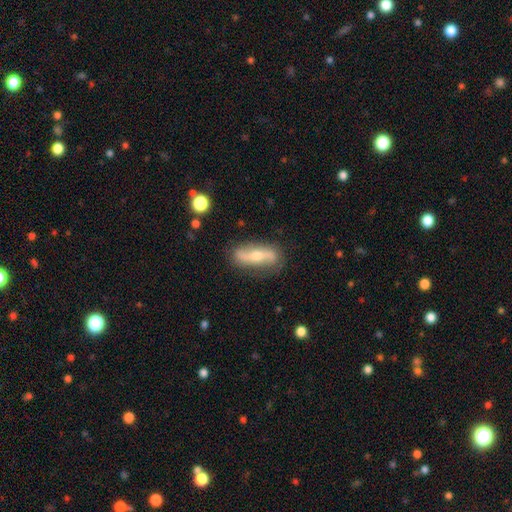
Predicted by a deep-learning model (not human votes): A featured or disk galaxy (66%). Merging: none (80%).